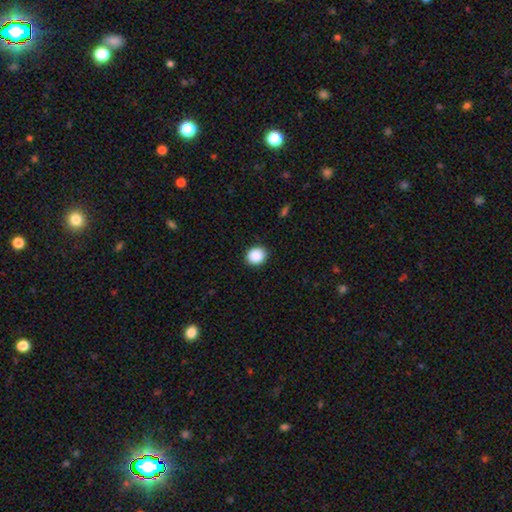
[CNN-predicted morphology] A smooth galaxy with no disk features (89%) that is round (78%). Merging: none (91%).